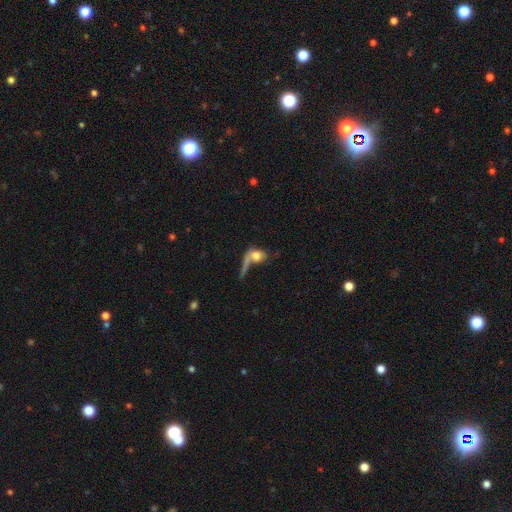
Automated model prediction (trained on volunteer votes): Q: Smooth or featured?
A: smooth (58%); runner-up: featured or disk (32%)
Q: How rounded?
A: in between (56%); runner-up: round (36%)
Q: Merging?
A: major disturbance (38%); runner-up: merger (25%)